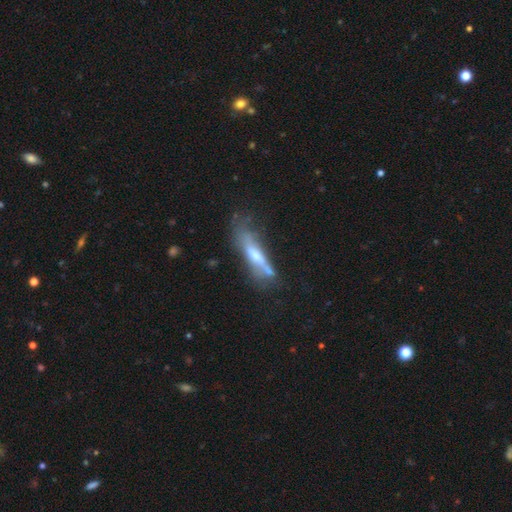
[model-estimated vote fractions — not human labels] A featured or disk galaxy (51%) viewed edge-on (59%).

Vote fractions:
- Smooth or featured? featured or disk: 51% / smooth: 42% / star or artifact: 7%
- Edge-on disk? yes: 59% / no: 41%
- Merging? none: 39% / minor disturbance: 26% / major disturbance: 21% / merger: 15%